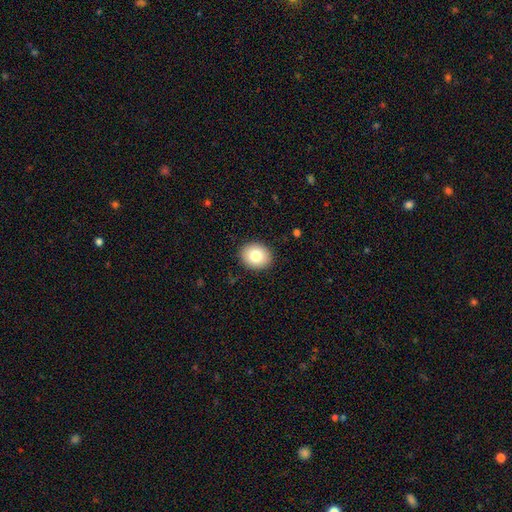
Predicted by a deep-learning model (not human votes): smooth_or_featured: smooth (p=0.81) [alt: featured or disk p=0.10]
how_rounded: round (p=0.60) [alt: in between p=0.39]
merging: none (p=0.90) [alt: minor disturbance p=0.07]